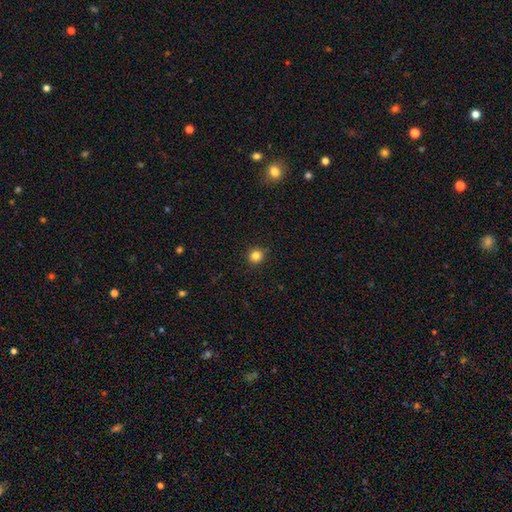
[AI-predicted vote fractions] smooth 83%, star or artifact 12%, featured or disk 4%. Down the decision tree: how rounded — round (92%); merging — none (91%).